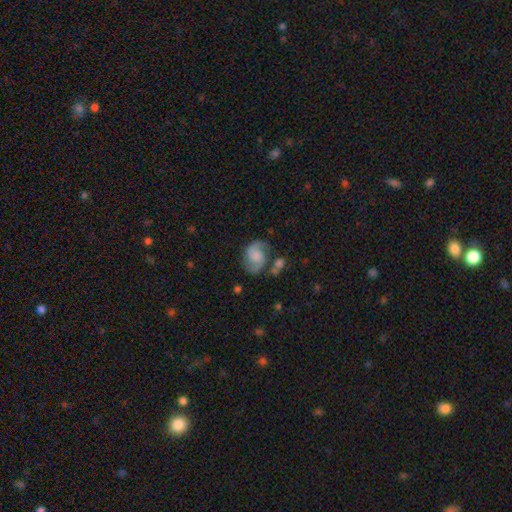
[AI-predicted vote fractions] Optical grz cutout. It shows a featured or disk galaxy (67%) with no bar (60%), 2 (89%) medium (48%) spiral arms (93%) and no central bulge (39%). Merging: none (62%).